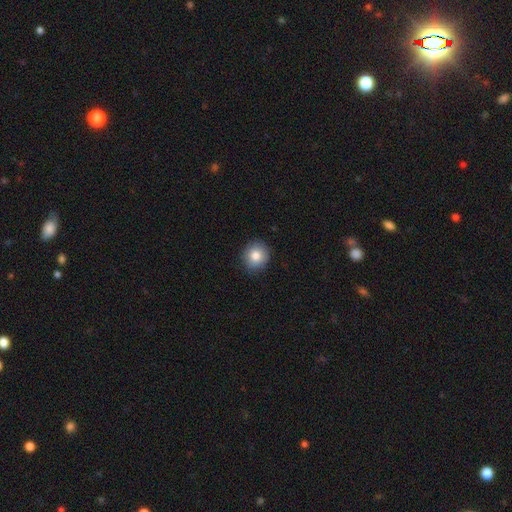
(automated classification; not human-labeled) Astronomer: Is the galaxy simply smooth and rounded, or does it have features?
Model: smooth — 83%.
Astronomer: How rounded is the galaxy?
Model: round — 84%.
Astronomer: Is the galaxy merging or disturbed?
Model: none — 89%.